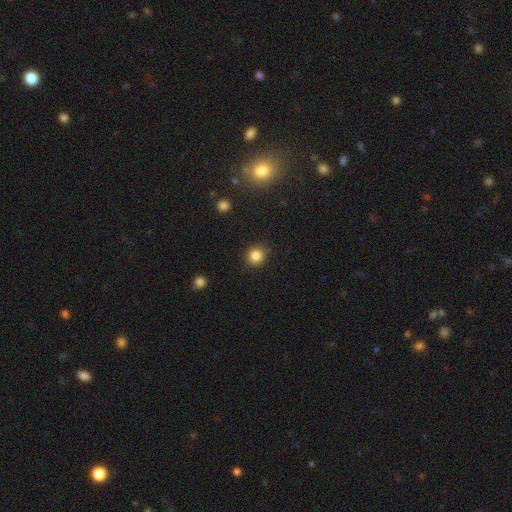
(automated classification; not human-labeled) Morphology: type=smooth (85%); roundness=round (83%); merging=none (87%).